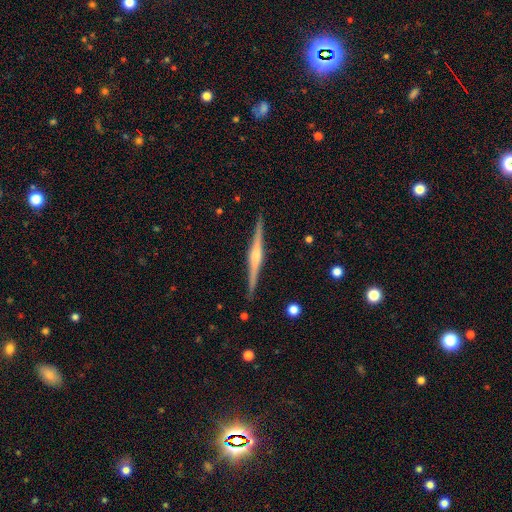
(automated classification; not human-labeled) smooth-or-featured: featured or disk: 83% | smooth: 12% | star or artifact: 5%
  disk-edge-on: yes: 99% | no: 1%
    edge-on-bulge: rounded: 72% | boxy: 19% | none: 8%
  merging: none: 92% | minor disturbance: 6% | major disturbance: 1% | merger: 1%